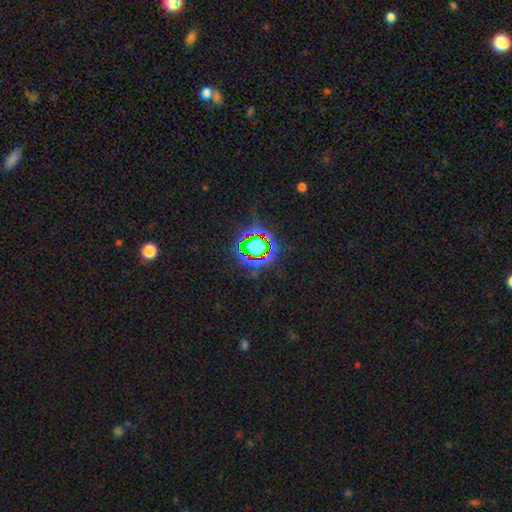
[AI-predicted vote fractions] Overall: star or artifact (81%).